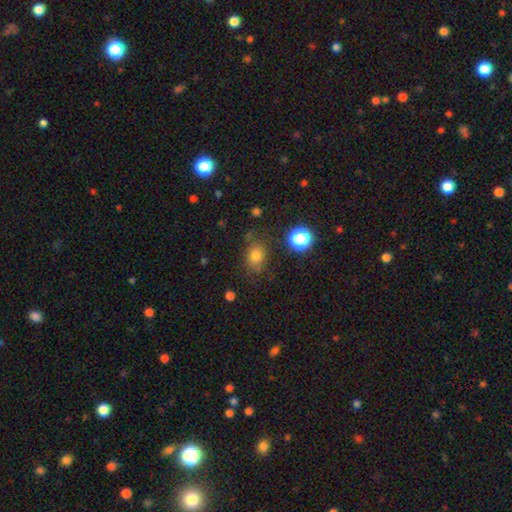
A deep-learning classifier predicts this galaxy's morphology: smooth 76%, star or artifact 16%, featured or disk 8%. Down the decision tree: how rounded — in between (52%); merging — none (72%).